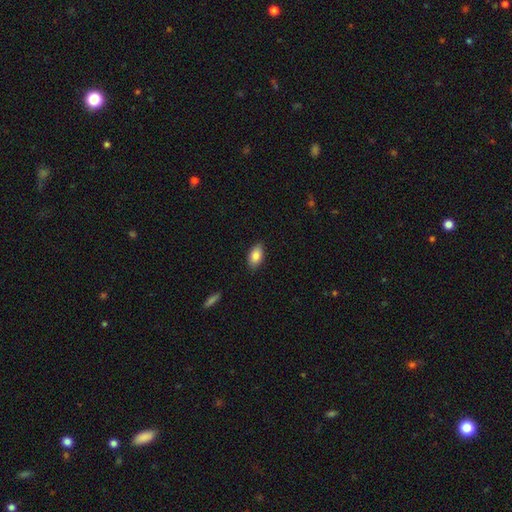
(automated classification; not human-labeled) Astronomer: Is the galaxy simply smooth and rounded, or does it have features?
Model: smooth — 85%.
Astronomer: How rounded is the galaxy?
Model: in between — 93%.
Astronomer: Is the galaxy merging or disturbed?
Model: none — 87%.